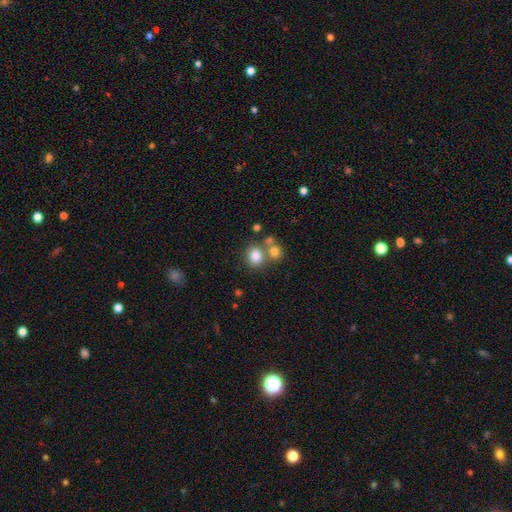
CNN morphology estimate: Smooth or featured? smooth (80%)
How rounded? round (68%)
Merging? none (53%)